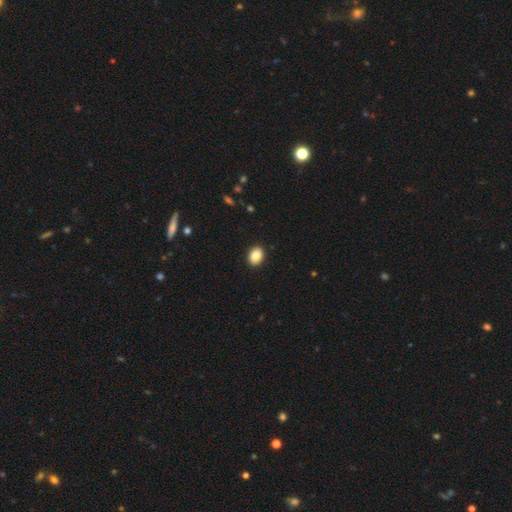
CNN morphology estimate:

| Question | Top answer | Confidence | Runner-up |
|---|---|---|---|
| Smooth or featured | smooth | 88% | star or artifact (8%) |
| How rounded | in between | 62% | round (37%) |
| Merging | none | 91% | minor disturbance (6%) |